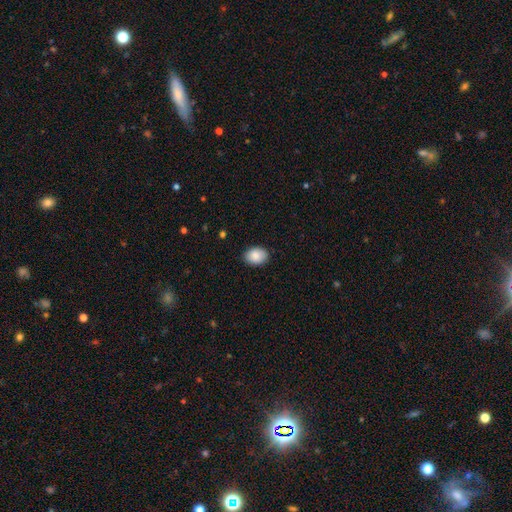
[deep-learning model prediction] smooth-or-featured: smooth: 88% | star or artifact: 7% | featured or disk: 6%
  how-rounded: in between: 74% | round: 25% | cigar-shaped: 1%
  merging: none: 87% | minor disturbance: 10% | major disturbance: 2% | merger: 1%